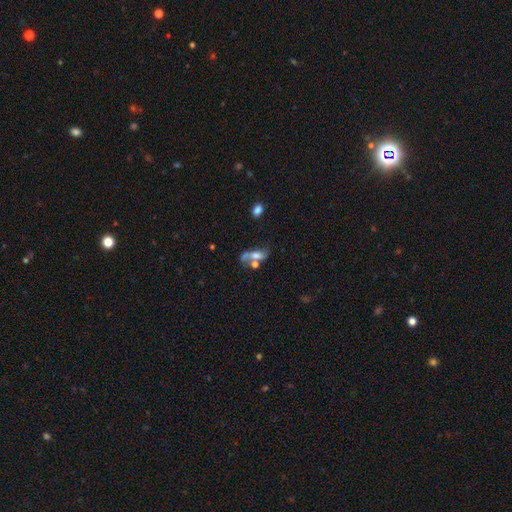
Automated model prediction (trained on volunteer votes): The model was most divided on "smooth or featured": featured or disk: 46%, smooth: 42%, star or artifact: 12%. Remaining: merging — merger (37%).